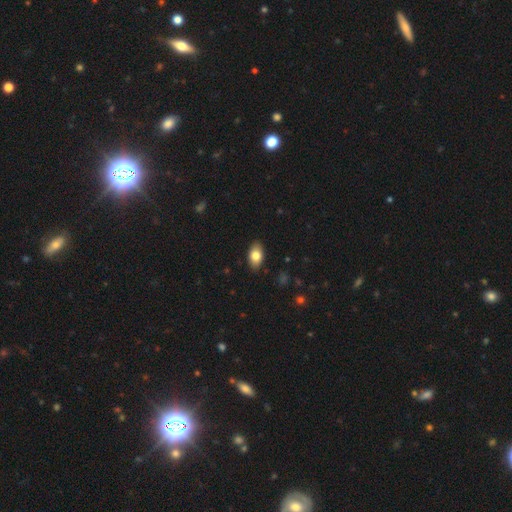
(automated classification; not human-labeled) Smooth or featured? Predicted: smooth (p=0.81). How rounded? Predicted: in between (p=0.91). Merging? Predicted: none (p=0.87).